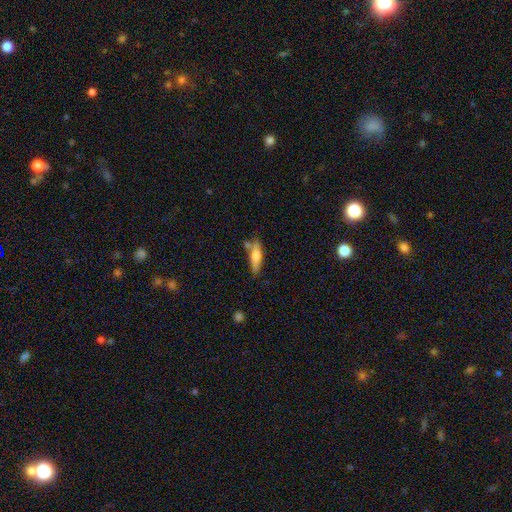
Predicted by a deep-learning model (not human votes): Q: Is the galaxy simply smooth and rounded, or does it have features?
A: smooth — 62%.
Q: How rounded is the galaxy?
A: cigar-shaped — 66%.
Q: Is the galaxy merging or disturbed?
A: none — 63%.